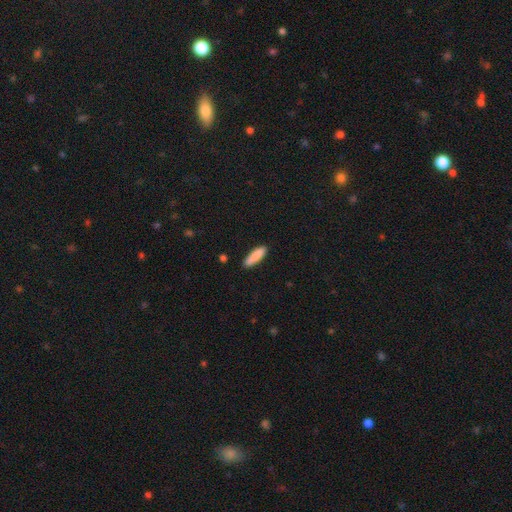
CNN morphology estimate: smooth-or-featured: smooth: 87% | featured or disk: 7% | star or artifact: 6%
  how-rounded: cigar-shaped: 66% | in between: 32% | round: 1%
  merging: none: 84% | minor disturbance: 12% | major disturbance: 2% | merger: 2%